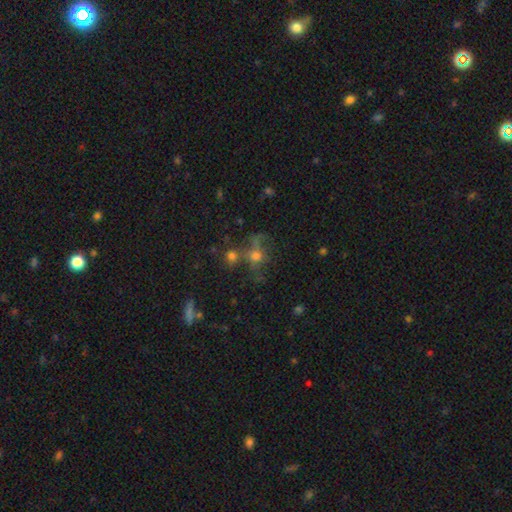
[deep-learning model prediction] Smooth or featured?
  - smooth: 50% *
  - star or artifact: 25%
  - featured or disk: 24%
How rounded?
  - round: 72% *
  - in between: 25%
  - cigar-shaped: 3%
Merging?
  - none: 41% *
  - merger: 30%
  - major disturbance: 16%
  - minor disturbance: 13%